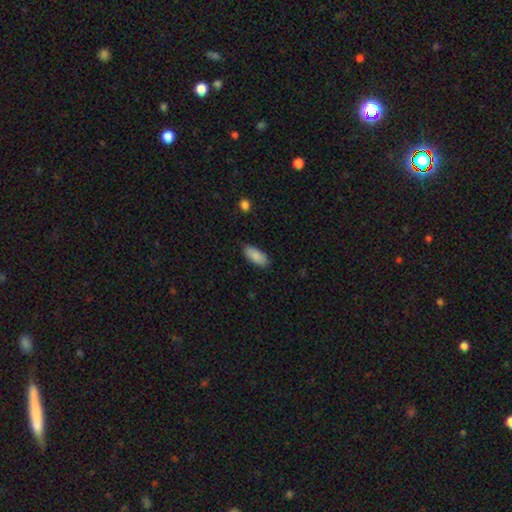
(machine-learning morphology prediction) A smooth galaxy with no disk features (89%) that is in between round and cigar-shaped (85%). Merging: none (85%).